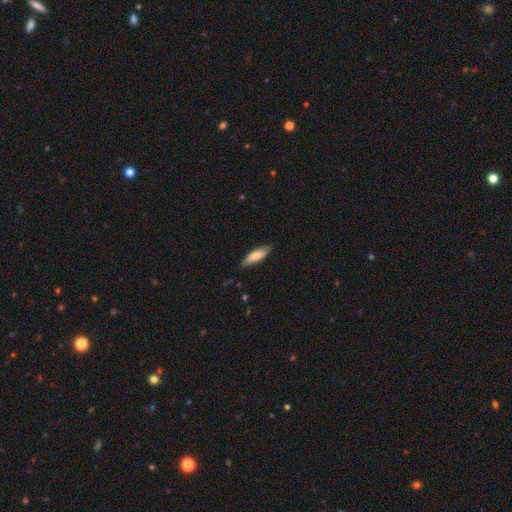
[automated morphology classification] Q: Smooth or featured?
A: smooth (70%); runner-up: featured or disk (24%)
Q: How rounded?
A: cigar-shaped (55%); runner-up: in between (43%)
Q: Merging?
A: none (80%); runner-up: minor disturbance (17%)